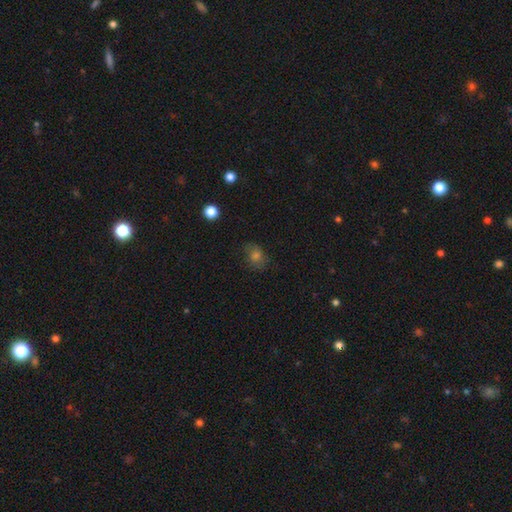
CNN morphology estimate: This appears to be a smooth galaxy with no disk features (63%) that is in between round and cigar-shaped (51%). Merging: none (72%).